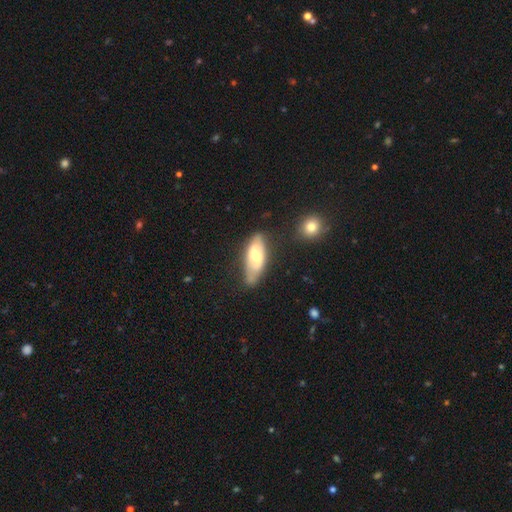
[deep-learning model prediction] This appears to be a smooth galaxy with no disk features (54%) that is in between round and cigar-shaped (74%). Merging: none (58%).